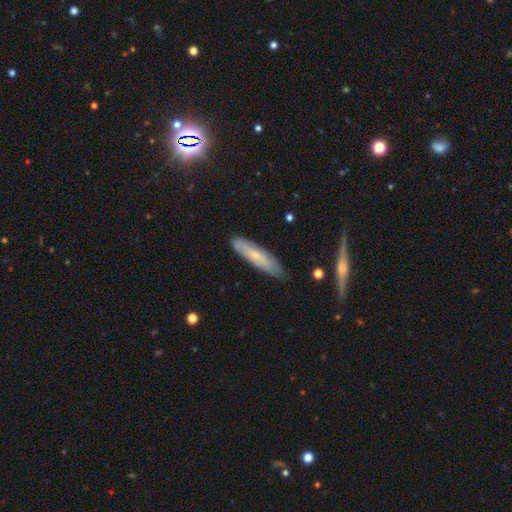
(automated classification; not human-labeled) A smooth galaxy with no disk features (53%) that is cigar-shaped (79%). Merging: none (81%).